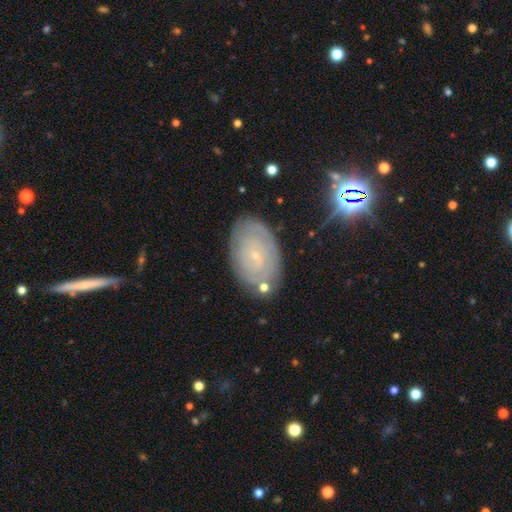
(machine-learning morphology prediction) Smooth or featured? Predicted: featured or disk (p=0.63). Edge-on disk? Predicted: no (p=0.94). Bar? Predicted: no (p=0.73). Spiral arms? Predicted: yes (p=0.75). Bulge size? Predicted: small (p=0.87). Merging? Predicted: none (p=0.78).